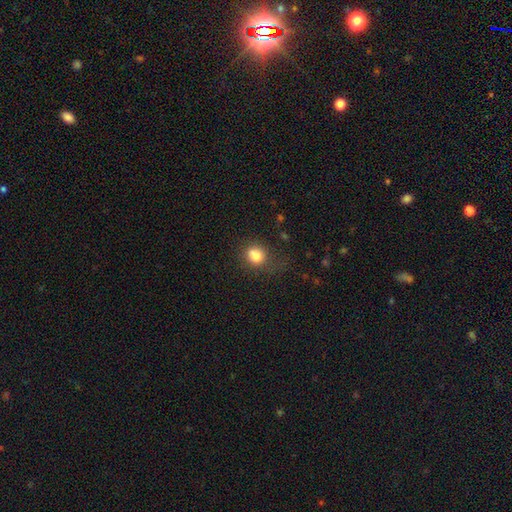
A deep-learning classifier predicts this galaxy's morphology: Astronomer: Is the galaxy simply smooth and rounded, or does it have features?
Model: smooth — 79%.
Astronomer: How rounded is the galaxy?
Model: round — 62%.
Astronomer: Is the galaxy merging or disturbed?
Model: none — 51%.